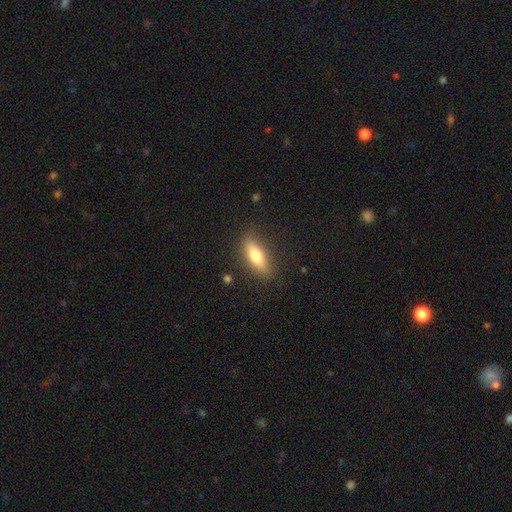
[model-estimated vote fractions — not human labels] Overall: smooth (69%). How rounded: in between (58%; cigar-shaped 39%). Merging: none (83%).